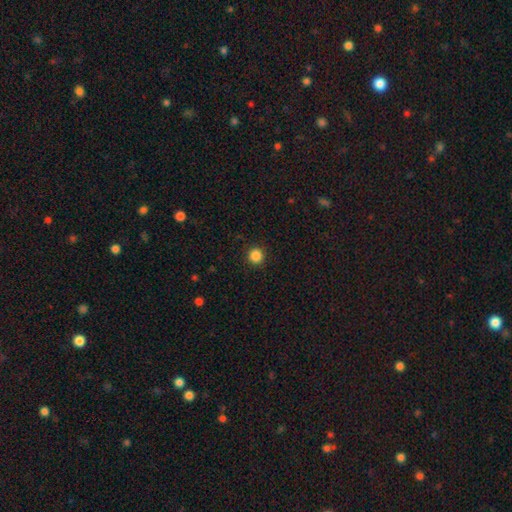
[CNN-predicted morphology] A smooth galaxy with no disk features (86%) that is round (95%).

Vote fractions:
- Smooth or featured? smooth: 86% / star or artifact: 11% / featured or disk: 3%
- How rounded? round: 95% / in between: 4% / cigar-shaped: 1%
- Merging? none: 92% / minor disturbance: 5% / major disturbance: 2% / merger: 1%